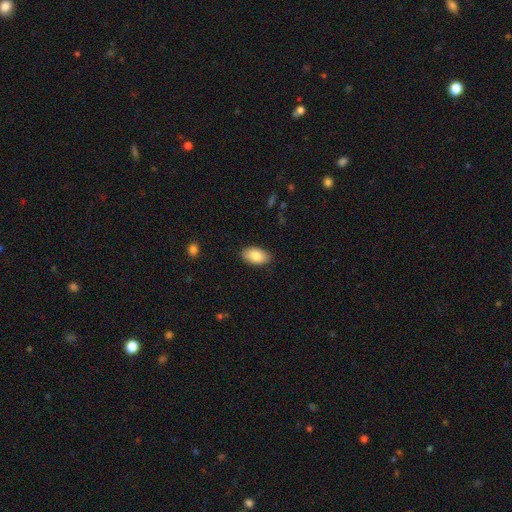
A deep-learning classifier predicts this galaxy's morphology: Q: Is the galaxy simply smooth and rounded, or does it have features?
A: smooth — 86%.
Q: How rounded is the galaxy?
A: in between — 95%.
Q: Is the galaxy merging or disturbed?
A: none — 87%.